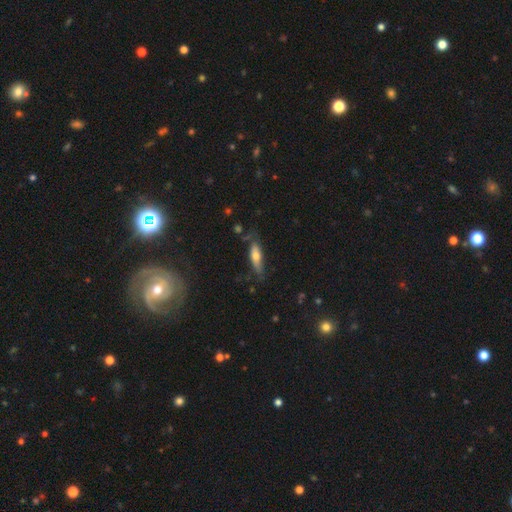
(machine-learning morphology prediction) The model was most divided on "how rounded": cigar-shaped: 57%, in between: 41%, round: 2%. More confident: merging — none (64%); smooth or featured — smooth (61%).